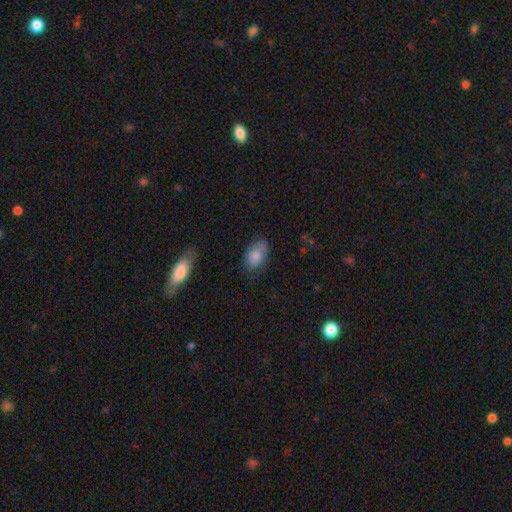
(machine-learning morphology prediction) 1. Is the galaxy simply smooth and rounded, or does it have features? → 81% smooth, 12% featured or disk, 7% star or artifact.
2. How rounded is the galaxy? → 91% in between, 8% round, 2% cigar-shaped.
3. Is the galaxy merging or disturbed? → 63% none, 27% minor disturbance, 8% major disturbance, 2% merger.